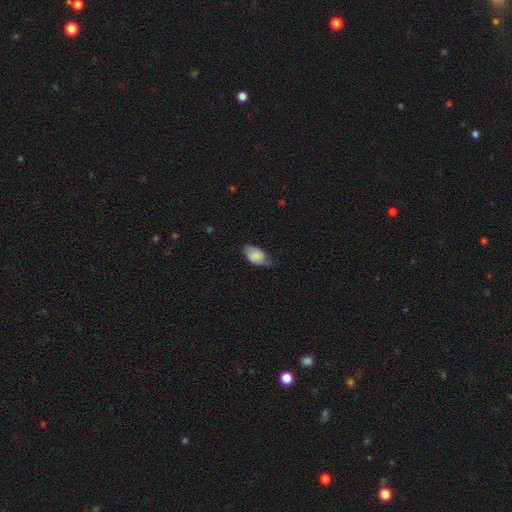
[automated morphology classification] Smooth or featured? Predicted: smooth (p=0.73). How rounded? Predicted: in between (p=0.91). Merging? Predicted: none (p=0.50).